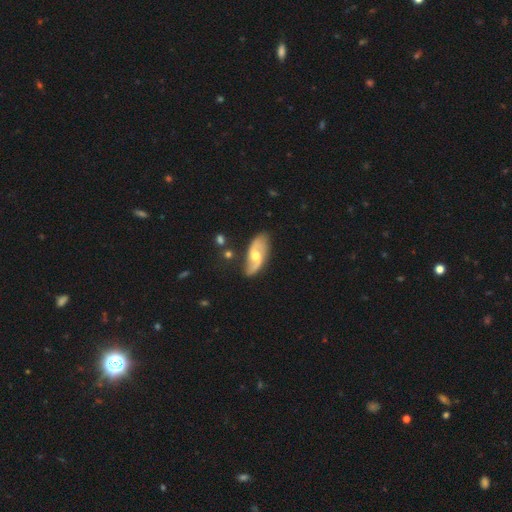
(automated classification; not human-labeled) Smooth or featured: featured or disk — 77% (smooth — 18%)
Edge-on disk: no — 92% (yes — 8%)
Bar: no — 49% (weak — 41%)
Spiral arms: yes — 92% (no — 8%)
Spiral winding: loose — 59% (medium — 31%)
Spiral arm count: 2 — 89% (can't tell — 5%)
Bulge size: moderate — 68% (small — 23%)
Merging: none — 76% (minor disturbance — 17%)